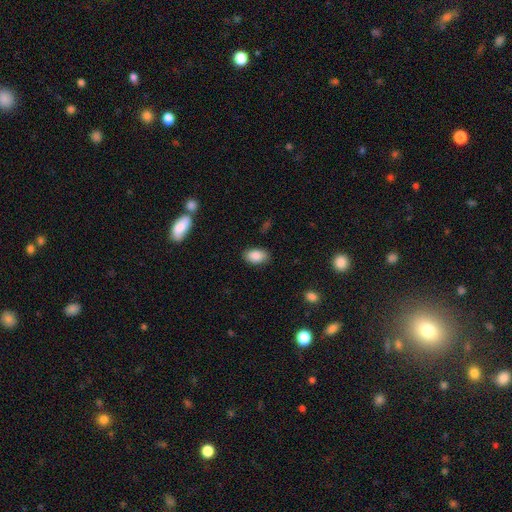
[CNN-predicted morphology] type=smooth (87%); roundness=in between (90%); merging=none (85%).